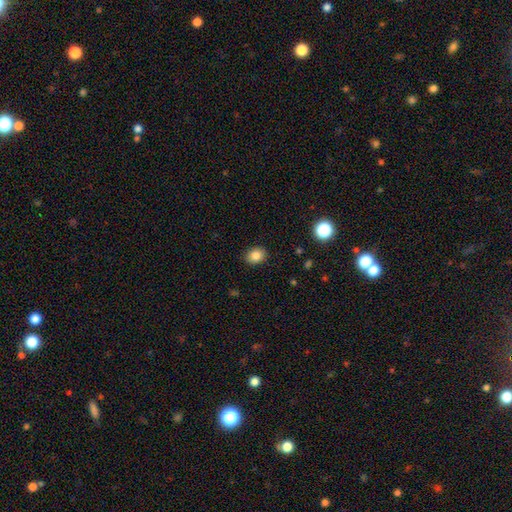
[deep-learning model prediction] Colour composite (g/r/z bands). It shows a smooth galaxy with no disk features (85%) that is in between round and cigar-shaped (51%). Merging: none (89%).